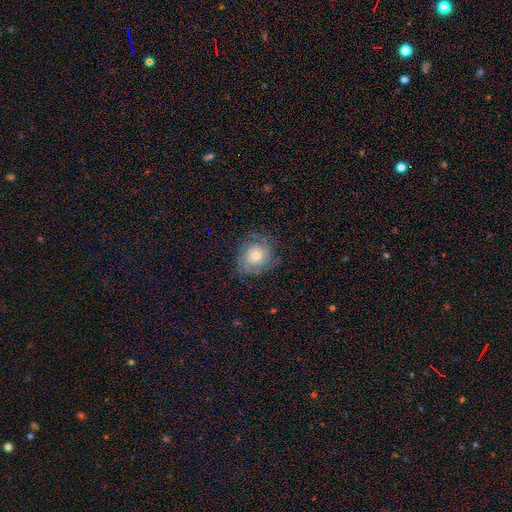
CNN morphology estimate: The model was most divided on "bulge size": moderate: 51%, small: 42%, large: 4%, none: 1%, dominant: 1%. Remaining: edge-on disk — no (97%); spiral arms — yes (89%); bar — no (80%); merging — none (74%); smooth or featured — featured or disk (69%); spiral winding — tight (63%); spiral arm count — can't tell (39%).